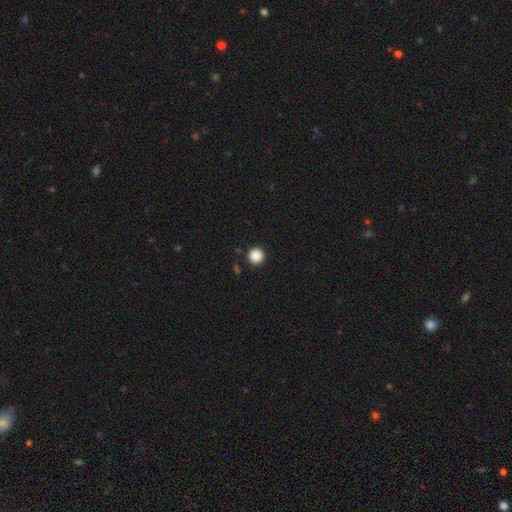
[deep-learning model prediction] smooth-or-featured: smooth: 88% | star or artifact: 10% | featured or disk: 3%
  how-rounded: round: 96% | in between: 3% | cigar-shaped: 1%
  merging: none: 92% | minor disturbance: 5% | major disturbance: 2% | merger: 1%